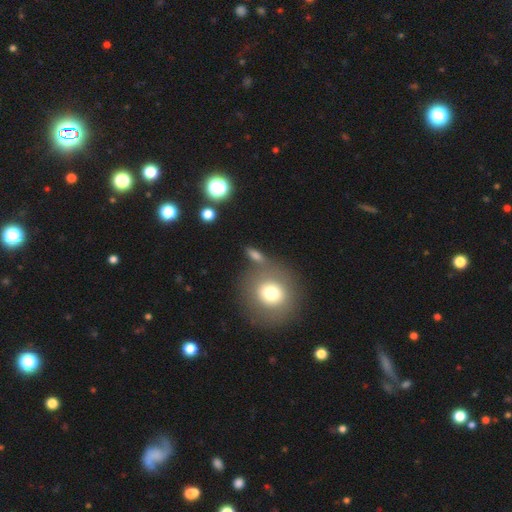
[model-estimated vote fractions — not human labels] Morphology: type=smooth (65%); roundness=round (58%); merging=none (64%).